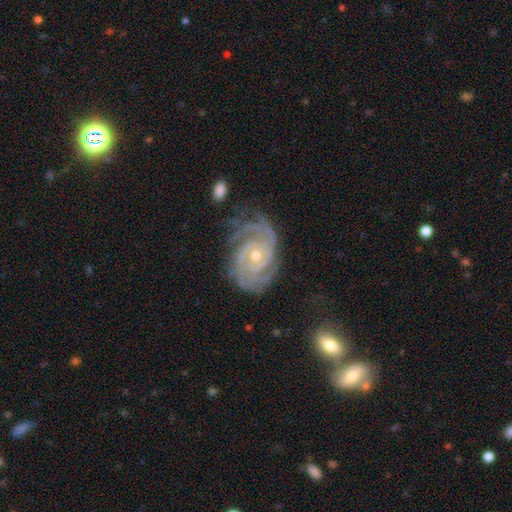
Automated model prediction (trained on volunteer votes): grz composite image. It shows a featured or disk galaxy (92%) with no bar (70%), 3 (33%) tight (79%) spiral arms (98%) and a small central bulge (50%). Merging: none (69%).